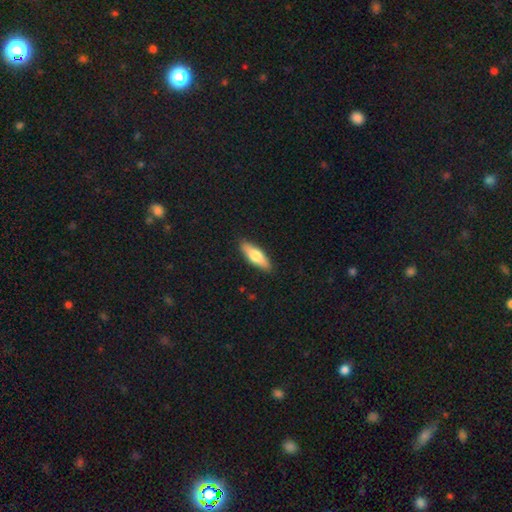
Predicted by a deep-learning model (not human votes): Overall: smooth (63%; featured or disk 31%). How rounded: cigar-shaped (53%; in between 45%). Merging: none (90%).